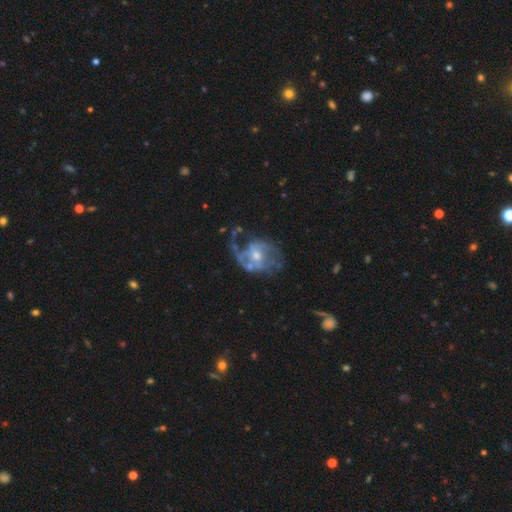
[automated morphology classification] Smooth or featured?
  - featured or disk: 79% *
  - smooth: 14%
  - star or artifact: 7%
Edge-on disk?
  - no: 98% *
  - yes: 2%
Bar?
  - no: 49% *
  - weak: 40%
  - strong: 10%
Spiral arms?
  - yes: 73% *
  - no: 27%
Spiral winding?
  - medium: 40% *
  - loose: 39%
  - tight: 21%
Spiral arm count?
  - 2: 48% *
  - 1: 22%
  - can't tell: 21%
  - 3: 5%
  - 4: 2%
  - more than 4: 2%
Bulge size?
  - moderate: 52% *
  - small: 40%
  - large: 4%
  - none: 3%
  - dominant: 1%
Merging?
  - none: 36% * (tied)
  - major disturbance: 36% * (tied)
  - minor disturbance: 22%
  - merger: 6%